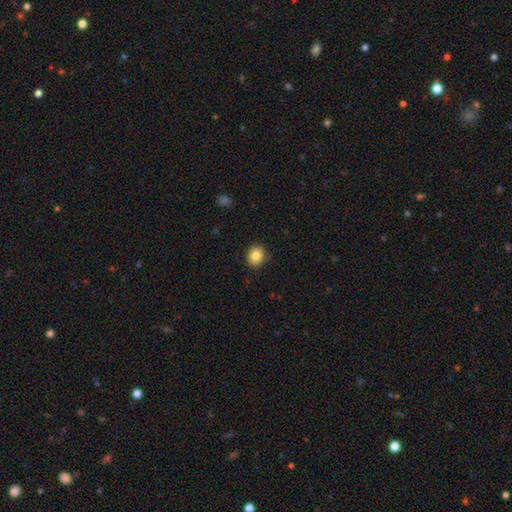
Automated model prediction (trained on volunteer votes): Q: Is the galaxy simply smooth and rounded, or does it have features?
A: smooth — 83%.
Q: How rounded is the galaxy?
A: round — 73%.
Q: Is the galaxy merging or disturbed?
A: none — 88%.